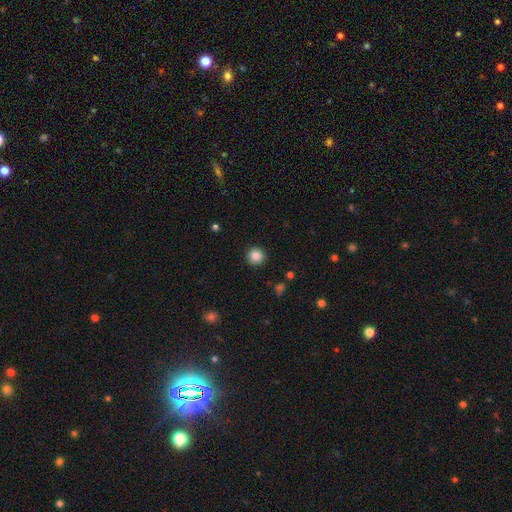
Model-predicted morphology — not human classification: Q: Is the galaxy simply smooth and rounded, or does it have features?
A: smooth — 86%.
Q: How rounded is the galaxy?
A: round — 95%.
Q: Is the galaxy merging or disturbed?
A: none — 92%.